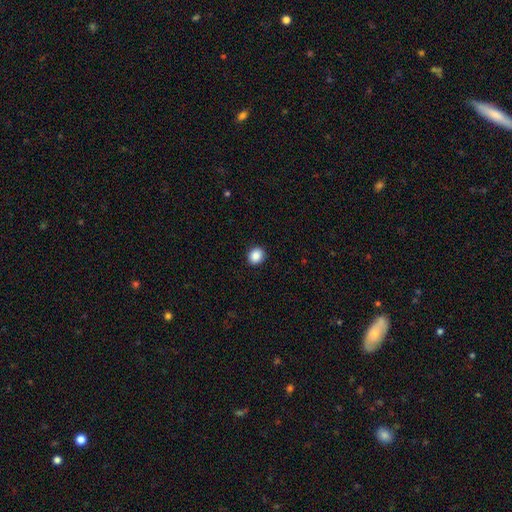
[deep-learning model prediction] Morphology: type=smooth (89%); roundness=round (67%); merging=none (91%).